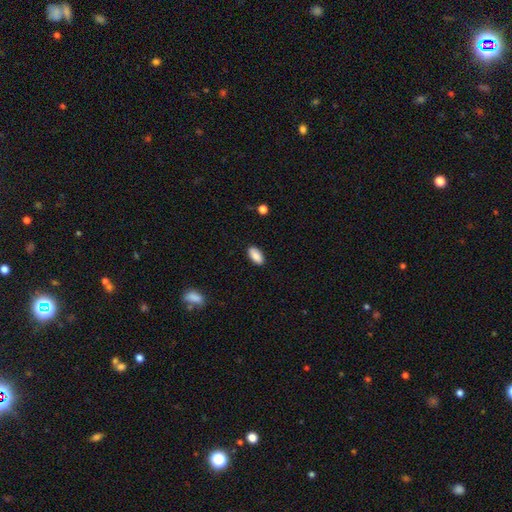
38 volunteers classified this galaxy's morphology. smooth_or_featured: smooth (p=0.87) [alt: featured or disk p=0.11]
how_rounded: in between (p=0.94) [alt: cigar-shaped p=0.06]
merging: none (p=0.95) [alt: minor disturbance p=0.03]